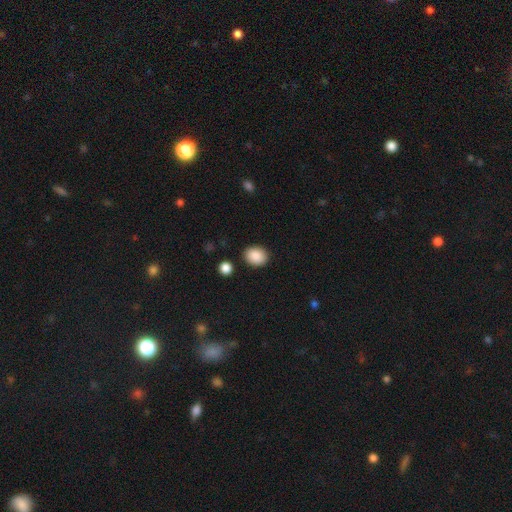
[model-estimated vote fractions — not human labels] Smooth or featured? Predicted: smooth (p=0.89). How rounded? Predicted: in between (p=0.50). Merging? Predicted: none (p=0.88).